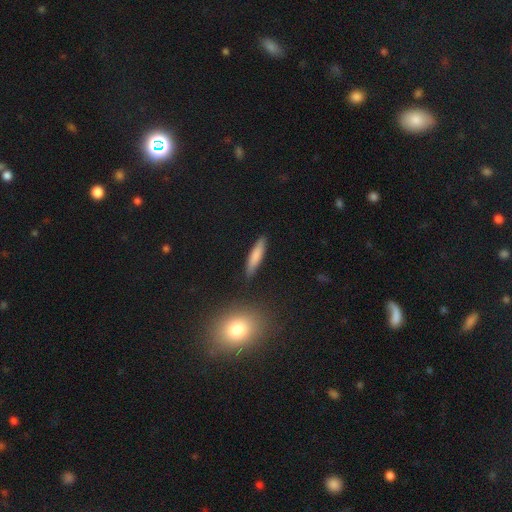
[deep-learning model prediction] Smooth or featured?
  - smooth: 79% *
  - featured or disk: 14%
  - star or artifact: 7%
How rounded?
  - cigar-shaped: 79% *
  - in between: 19%
  - round: 2%
Merging?
  - none: 87% *
  - minor disturbance: 9%
  - major disturbance: 2%
  - merger: 2%